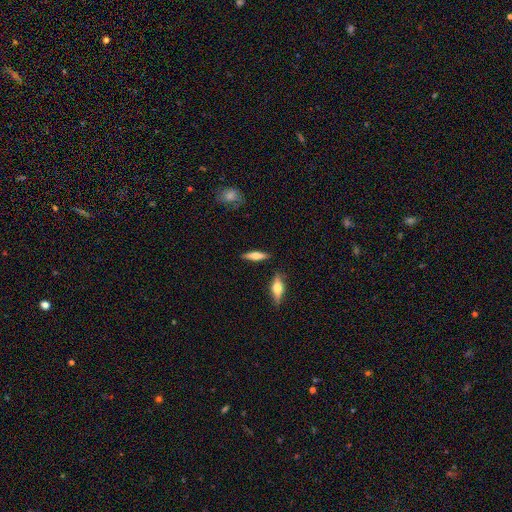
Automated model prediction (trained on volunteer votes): Smooth or featured?
  - smooth: 58% *
  - featured or disk: 35%
  - star or artifact: 6%
How rounded?
  - cigar-shaped: 69% *
  - in between: 28%
  - round: 2%
Merging?
  - none: 84% *
  - minor disturbance: 10%
  - merger: 3%
  - major disturbance: 2%